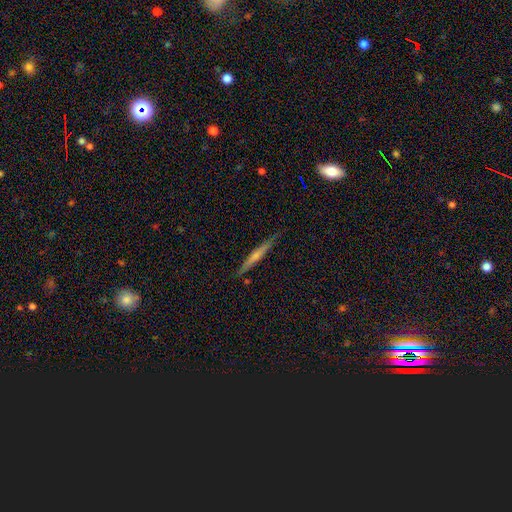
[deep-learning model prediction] smooth-or-featured: featured or disk: 59% | smooth: 35% | star or artifact: 7%
  disk-edge-on: yes: 97% | no: 3%
    edge-on-bulge: rounded: 48% | none: 45% | boxy: 7%
  merging: none: 88% | minor disturbance: 9% | major disturbance: 2% | merger: 1%